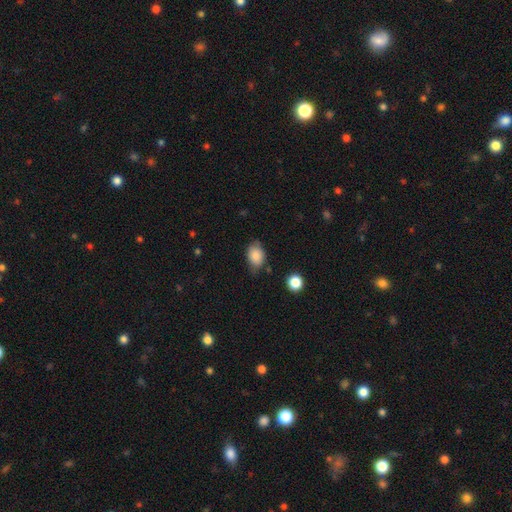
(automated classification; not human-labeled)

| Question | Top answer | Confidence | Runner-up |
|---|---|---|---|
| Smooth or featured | smooth | 86% | star or artifact (8%) |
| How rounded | in between | 76% | round (22%) |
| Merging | none | 62% | minor disturbance (28%) |